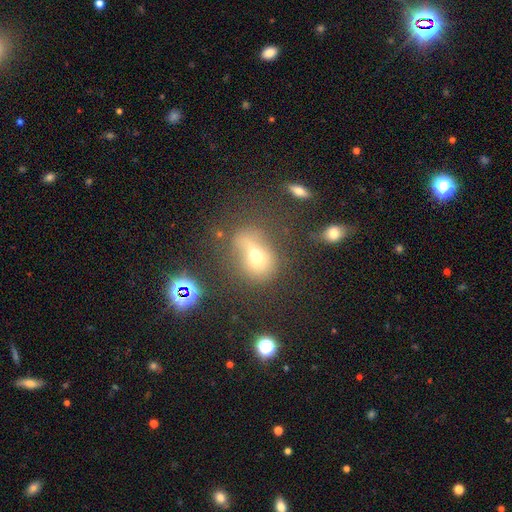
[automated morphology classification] Q: Smooth or featured?
A: smooth (52%); runner-up: featured or disk (29%)
Q: How rounded?
A: in between (55%); runner-up: round (41%)
Q: Merging?
A: none (49%); runner-up: minor disturbance (23%)